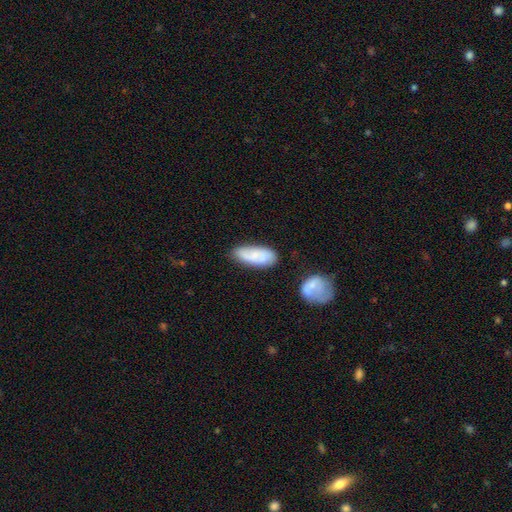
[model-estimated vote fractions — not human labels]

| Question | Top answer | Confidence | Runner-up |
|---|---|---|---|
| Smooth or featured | smooth | 60% | featured or disk (33%) |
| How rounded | in between | 78% | cigar-shaped (19%) |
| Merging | none | 67% | minor disturbance (21%) |